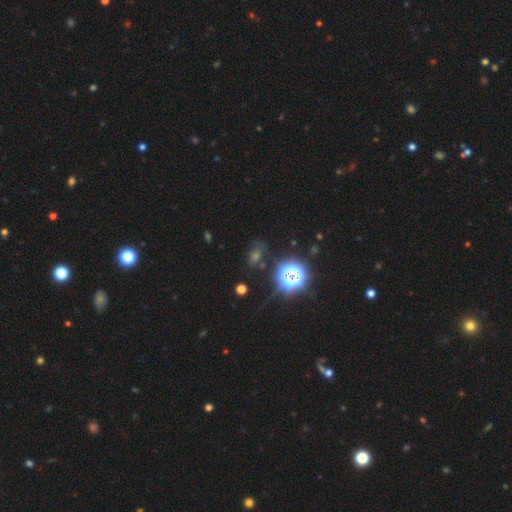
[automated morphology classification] star or artifact 53%, smooth 33%, featured or disk 13%.